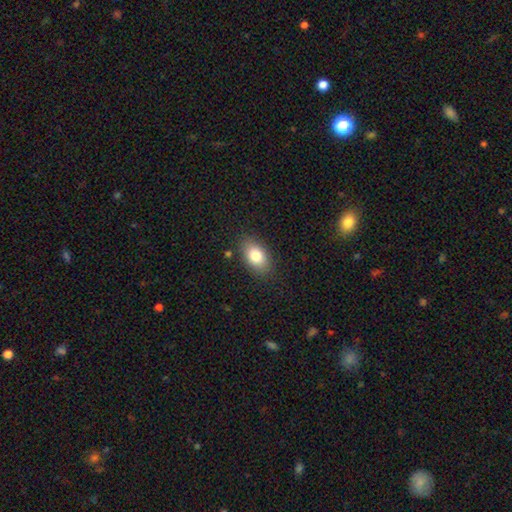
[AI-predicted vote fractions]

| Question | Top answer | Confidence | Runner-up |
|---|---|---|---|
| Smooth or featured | smooth | 80% | featured or disk (12%) |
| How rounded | in between | 88% | round (10%) |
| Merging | none | 84% | minor disturbance (11%) |